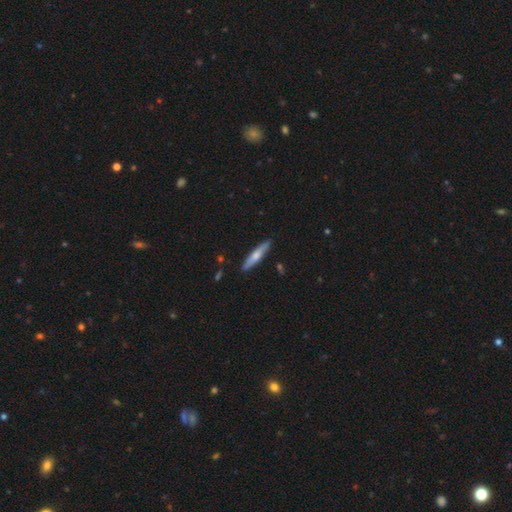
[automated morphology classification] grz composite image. It shows a smooth galaxy with no disk features (56%) that is cigar-shaped (87%). Merging: none (89%).